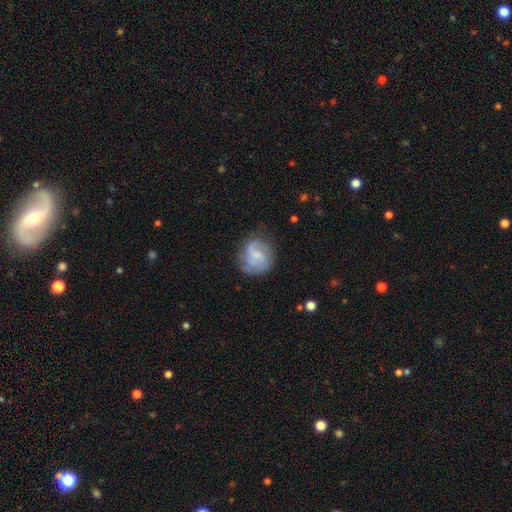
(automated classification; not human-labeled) Overall: featured or disk (61%; smooth 32%). Edge-on disk: no (98%). Bar: no (50%; weak 43%). Spiral arms: yes (86%). Spiral arm count: 2 (55%; can't tell 20%). Spiral winding: medium (43%; loose 33%). Bulge size: small (49%; moderate 28%). Merging: none (68%).